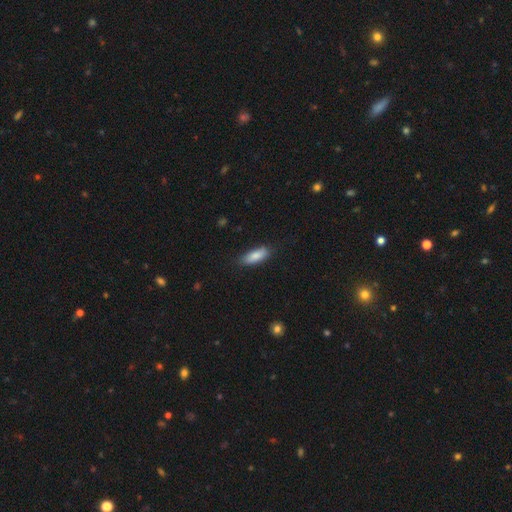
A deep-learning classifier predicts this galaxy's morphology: The model was most divided on "how rounded": in between: 69%, cigar-shaped: 30%, round: 2%. More confident: smooth or featured — smooth (85%); merging — none (81%).